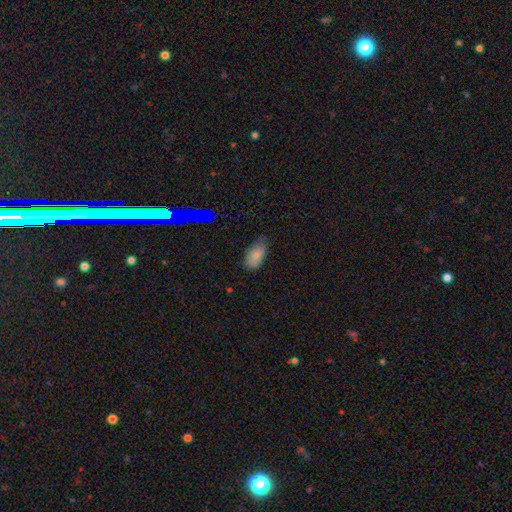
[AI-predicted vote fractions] Smooth or featured?
  - smooth: 78% *
  - featured or disk: 12%
  - star or artifact: 10%
How rounded?
  - in between: 93% *
  - round: 5%
  - cigar-shaped: 3%
Merging?
  - none: 60% *
  - minor disturbance: 32%
  - major disturbance: 6%
  - merger: 1%